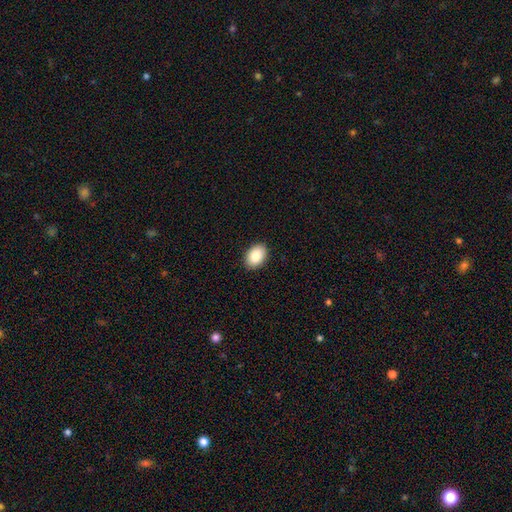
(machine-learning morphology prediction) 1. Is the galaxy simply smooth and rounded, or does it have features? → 86% smooth, 7% star or artifact, 7% featured or disk.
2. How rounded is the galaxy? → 82% in between, 17% round, 1% cigar-shaped.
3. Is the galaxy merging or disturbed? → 91% none, 7% minor disturbance, 2% major disturbance, 1% merger.